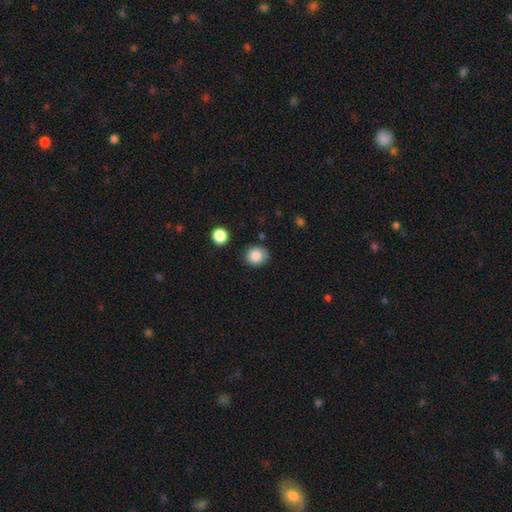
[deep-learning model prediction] smooth_or_featured: smooth (p=0.87) [alt: star or artifact p=0.09]
how_rounded: round (p=0.81) [alt: in between p=0.18]
merging: none (p=0.84) [alt: minor disturbance p=0.11]